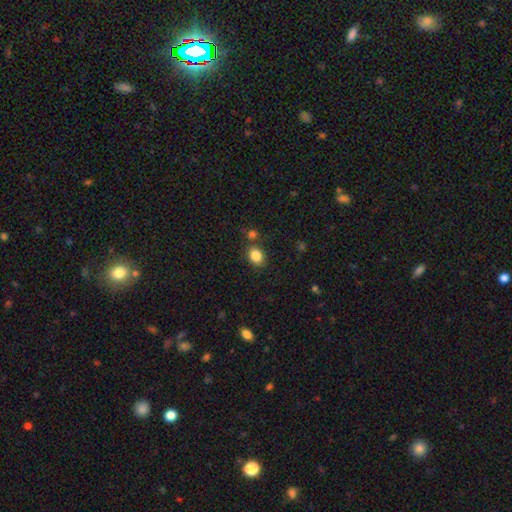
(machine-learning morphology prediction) smooth 85%, star or artifact 9%, featured or disk 5%. Down the decision tree: how rounded — in between (56%); merging — none (77%).